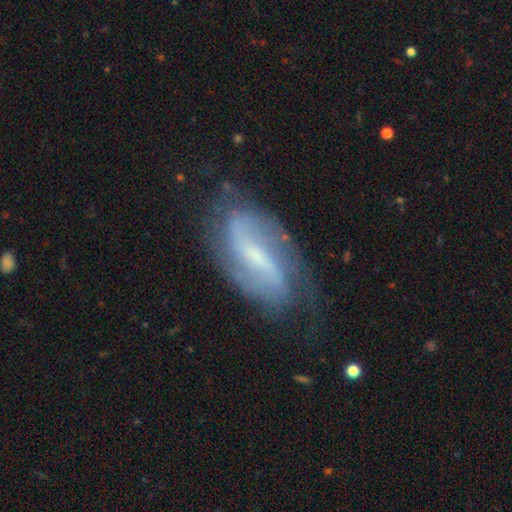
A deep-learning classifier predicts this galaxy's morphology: Q: Smooth or featured?
A: featured or disk (81%); runner-up: smooth (12%)
Q: Edge-on disk?
A: no (94%); runner-up: yes (6%)
Q: Bar?
A: weak (44%); runner-up: strong (38%)
Q: Spiral arms?
A: yes (94%); runner-up: no (6%)
Q: Spiral winding?
A: medium (44%); runner-up: loose (33%)
Q: Spiral arm count?
A: 2 (84%); runner-up: can't tell (9%)
Q: Bulge size?
A: small (58%); runner-up: moderate (23%)
Q: Merging?
A: none (72%); runner-up: minor disturbance (18%)